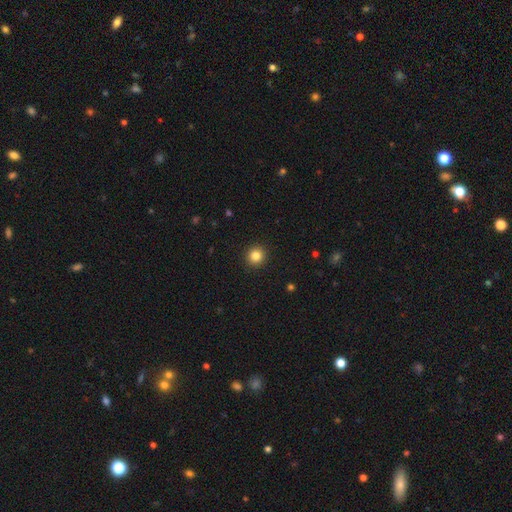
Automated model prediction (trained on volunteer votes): Smooth or featured? smooth (84%)
How rounded? round (94%)
Merging? none (93%)